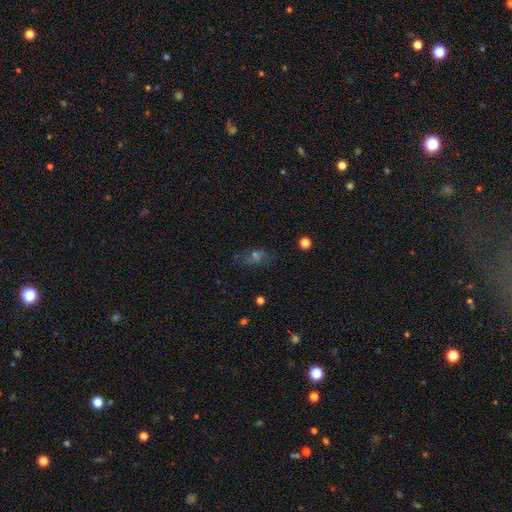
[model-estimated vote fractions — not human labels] A smooth galaxy with no disk features (41%).

Vote fractions:
- Smooth or featured? smooth: 41% / star or artifact: 31% / featured or disk: 28%
- Merging? none: 61% / minor disturbance: 20% / major disturbance: 14% / merger: 4%